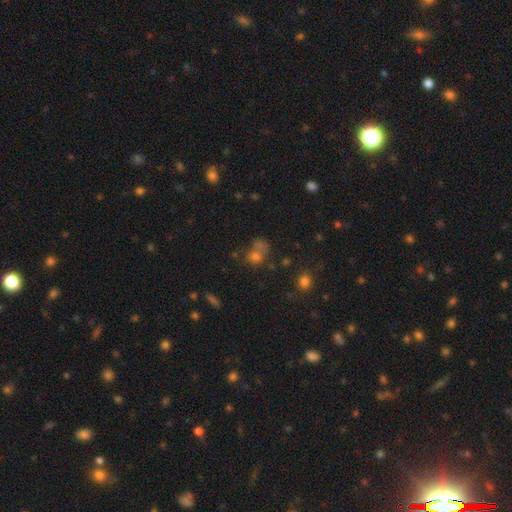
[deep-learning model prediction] Smooth or featured?
  - smooth: 59% *
  - star or artifact: 28%
  - featured or disk: 13%
How rounded?
  - round: 70% *
  - in between: 29%
  - cigar-shaped: 2%
Merging?
  - none: 41% *
  - merger: 37%
  - minor disturbance: 12%
  - major disturbance: 10%